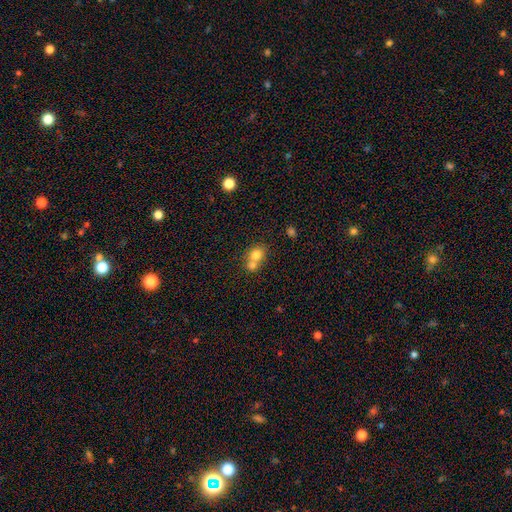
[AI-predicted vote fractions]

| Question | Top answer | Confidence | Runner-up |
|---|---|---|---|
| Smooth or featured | smooth | 76% | featured or disk (13%) |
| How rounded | round | 71% | in between (28%) |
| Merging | merger | 62% | none (30%) |